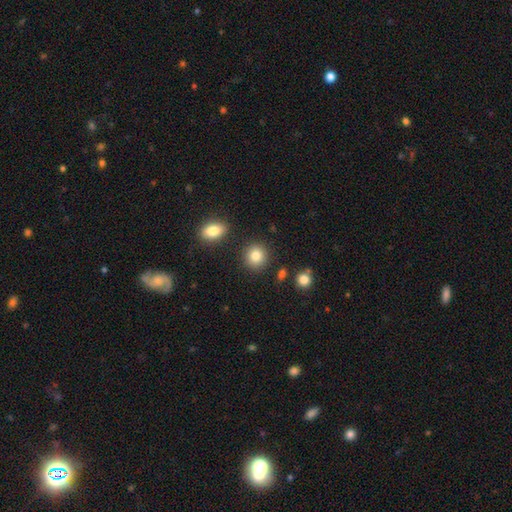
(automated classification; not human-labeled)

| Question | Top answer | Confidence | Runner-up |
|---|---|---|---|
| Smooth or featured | smooth | 84% | star or artifact (9%) |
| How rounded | round | 88% | in between (11%) |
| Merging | none | 87% | minor disturbance (7%) |